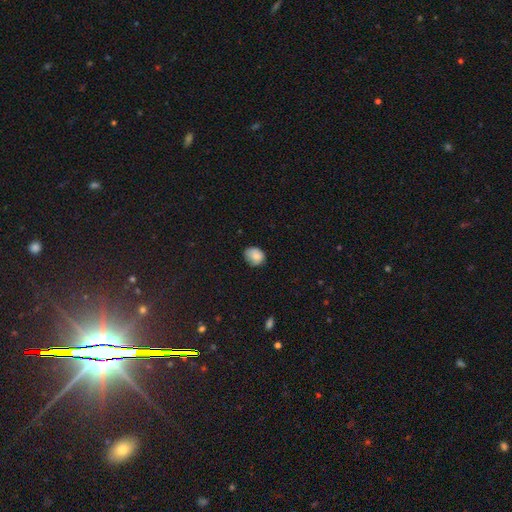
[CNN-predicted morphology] Smooth or featured? Predicted: smooth (p=0.83). How rounded? Predicted: round (p=0.53). Merging? Predicted: none (p=0.65).